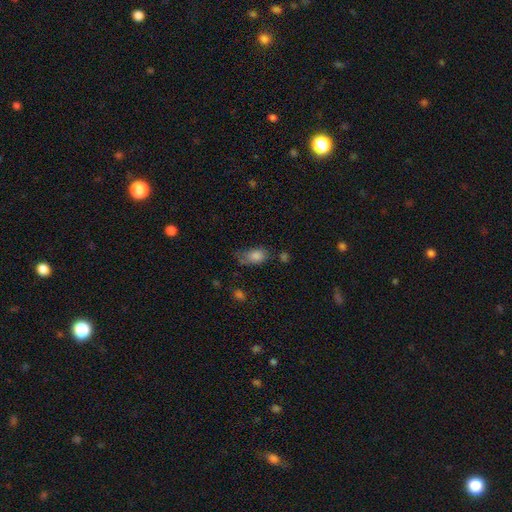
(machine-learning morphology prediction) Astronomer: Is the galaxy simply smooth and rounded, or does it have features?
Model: smooth — 79%.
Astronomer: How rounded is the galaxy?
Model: in between — 85%.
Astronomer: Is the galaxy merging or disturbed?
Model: none — 44% (runner-up: minor disturbance, 33%).